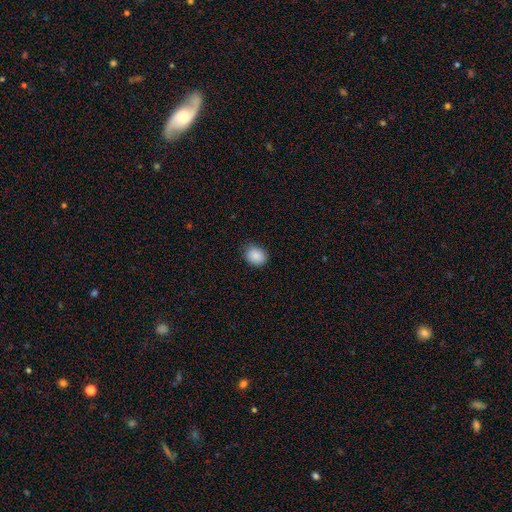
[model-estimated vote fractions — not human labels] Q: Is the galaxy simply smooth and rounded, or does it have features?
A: smooth — 89%.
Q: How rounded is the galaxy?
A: in between — 50%.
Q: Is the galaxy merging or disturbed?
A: none — 82%.